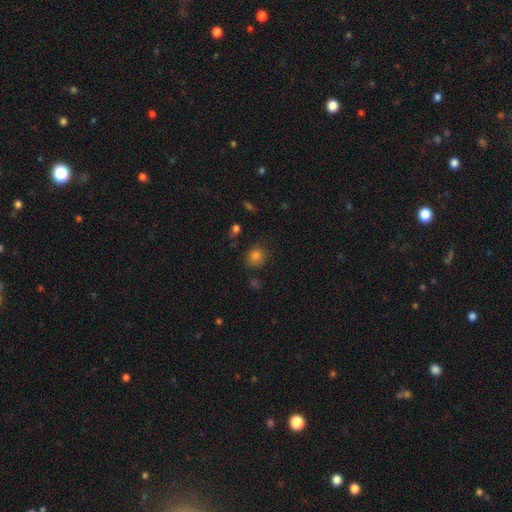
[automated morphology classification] Smooth or featured? Predicted: smooth (p=0.80). How rounded? Predicted: round (p=0.77). Merging? Predicted: none (p=0.78).